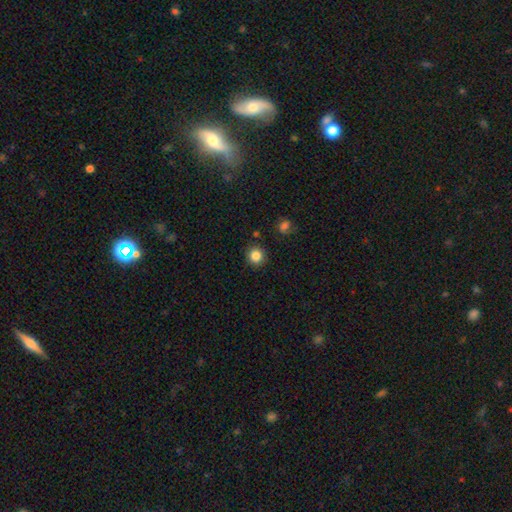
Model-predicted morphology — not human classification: Smooth or featured: smooth — 85% (star or artifact — 11%)
How rounded: round — 92% (in between — 7%)
Merging: none — 89% (minor disturbance — 7%)